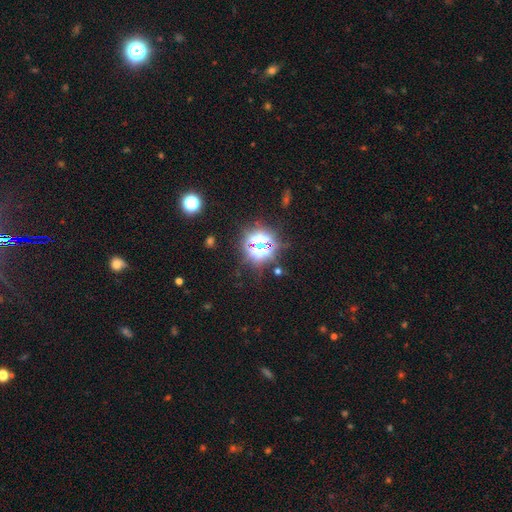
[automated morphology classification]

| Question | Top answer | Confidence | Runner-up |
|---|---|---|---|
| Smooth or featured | star or artifact | 79% | smooth (14%) |